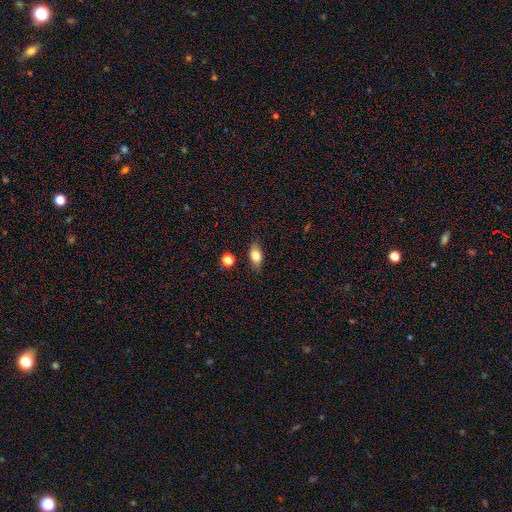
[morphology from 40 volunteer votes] smooth 95%, featured or disk 2%, star or artifact 2%. Down the decision tree: how rounded — in between (82%); merging — none (87%).